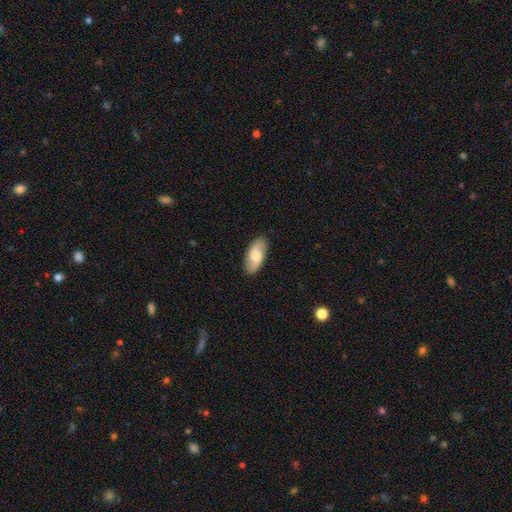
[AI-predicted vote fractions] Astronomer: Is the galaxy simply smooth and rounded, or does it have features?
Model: smooth — 58% (runner-up: featured or disk, 36%).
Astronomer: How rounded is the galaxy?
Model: in between — 86%.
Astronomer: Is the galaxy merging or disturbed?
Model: none — 85%.